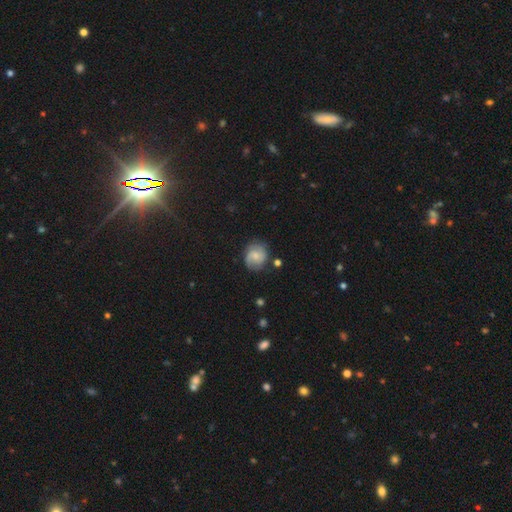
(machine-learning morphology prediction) Smooth or featured: featured or disk — 59% (smooth — 33%)
Edge-on disk: no — 98% (yes — 2%)
Bar: no — 57% (weak — 38%)
Spiral arms: yes — 92% (no — 8%)
Spiral winding: medium — 45% (tight — 37%)
Spiral arm count: 2 — 75% (can't tell — 12%)
Bulge size: small — 52% (moderate — 33%)
Merging: none — 75% (minor disturbance — 17%)